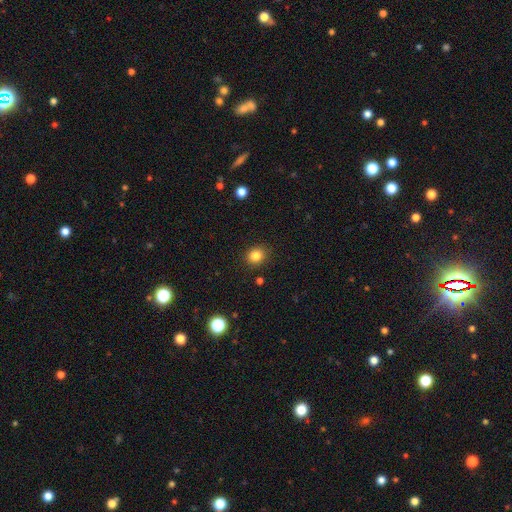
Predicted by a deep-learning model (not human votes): This appears to be a smooth galaxy with no disk features (83%) that is round (76%). Merging: none (88%).